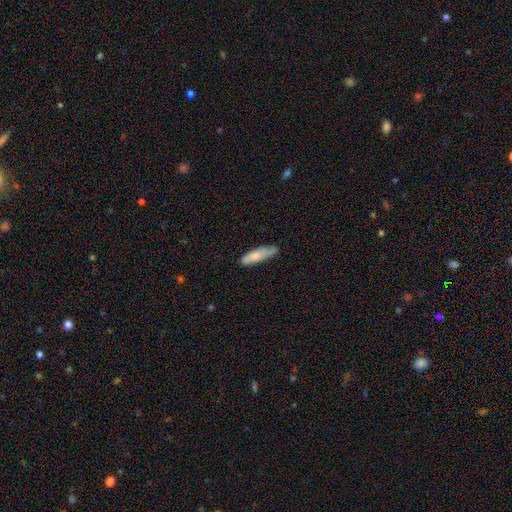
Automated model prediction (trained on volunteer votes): Overall: smooth (75%). How rounded: cigar-shaped (58%; in between 41%). Merging: none (67%).